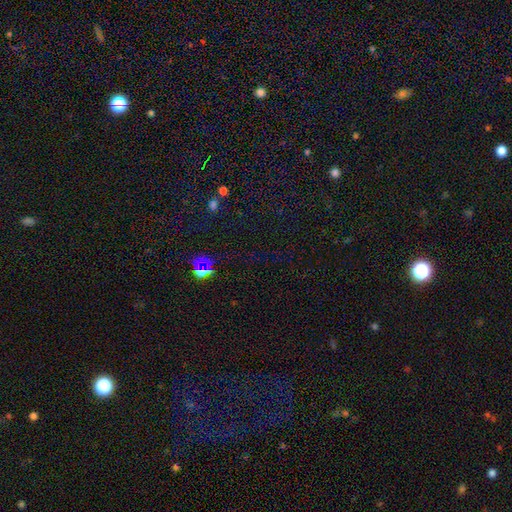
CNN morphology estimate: A star or artifact, not a galaxy (74%).

Vote fractions:
- Smooth or featured? star or artifact: 74% / smooth: 18% / featured or disk: 8%